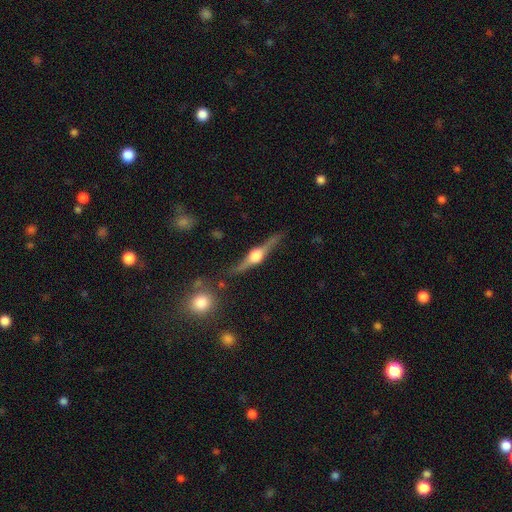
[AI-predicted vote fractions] A featured or disk galaxy (86%) viewed edge-on (97%) with a rounded central bulge (94%). Merging: none (84%).